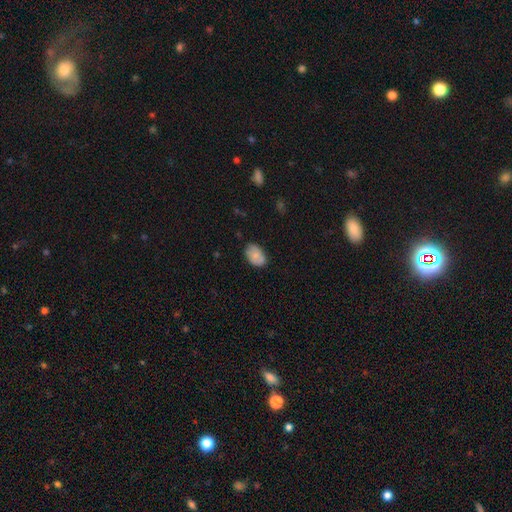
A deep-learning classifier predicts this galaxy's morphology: Q: Smooth or featured?
A: smooth (68%); runner-up: featured or disk (25%)
Q: How rounded?
A: in between (86%); runner-up: round (12%)
Q: Merging?
A: none (71%); runner-up: minor disturbance (22%)